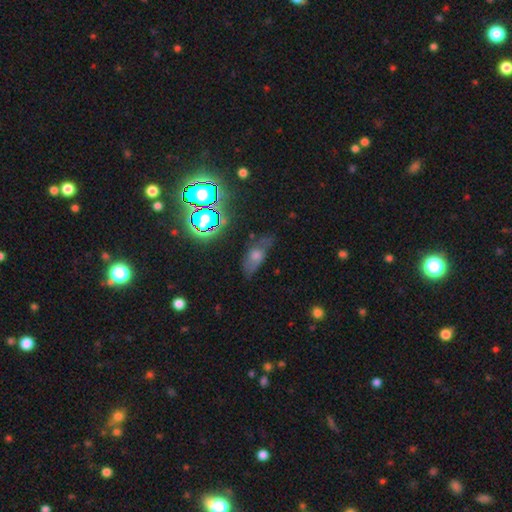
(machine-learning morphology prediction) smooth_or_featured: smooth (p=0.43) [alt: featured or disk p=0.29]
merging: none (p=0.64) [alt: minor disturbance p=0.23]